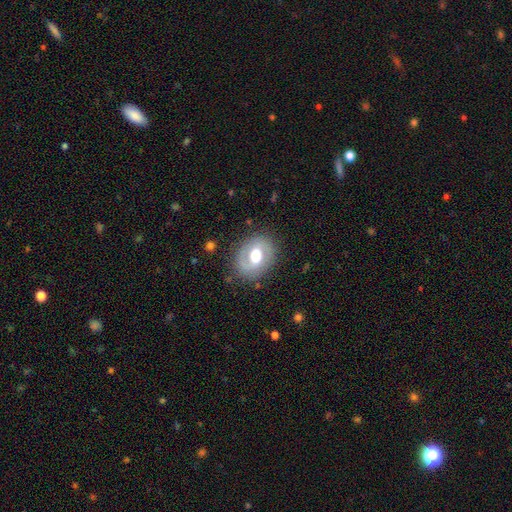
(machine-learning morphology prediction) Smooth or featured? featured or disk (64%)
Edge-on disk? no (96%)
Bar? weak (45%)
Spiral arms? yes (67%)
Bulge size? moderate (58%)
Merging? none (79%)